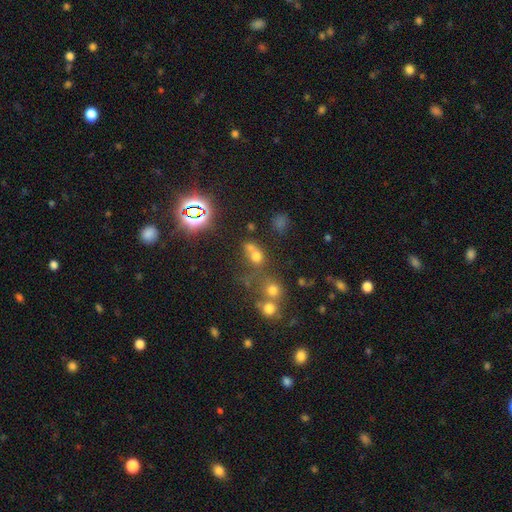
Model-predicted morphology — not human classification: type=smooth (52%); roundness=round (67%); merging=none (45%).